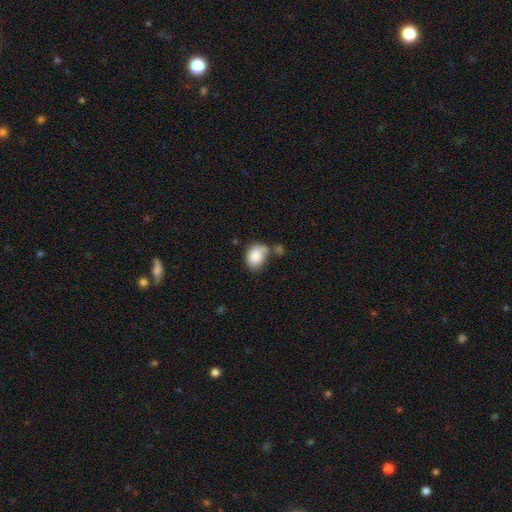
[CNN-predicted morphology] A smooth galaxy with no disk features (85%) that is in between round and cigar-shaped (71%).

Vote fractions:
- Smooth or featured? smooth: 85% / featured or disk: 7% / star or artifact: 7%
- How rounded? in between: 71% / round: 28% / cigar-shaped: 1%
- Merging? none: 40% / merger: 25% / minor disturbance: 24% / major disturbance: 11%